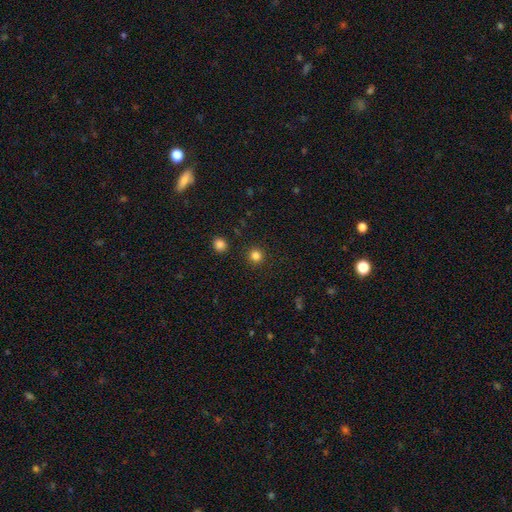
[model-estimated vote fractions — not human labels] smooth 83%, star or artifact 13%, featured or disk 4%. Down the decision tree: how rounded — round (93%); merging — none (91%).